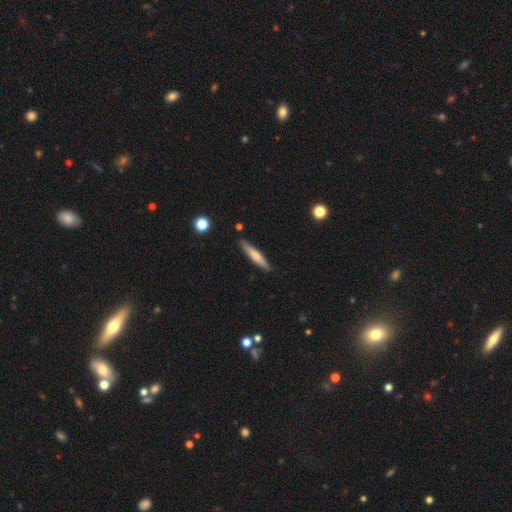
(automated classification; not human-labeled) Smooth or featured? smooth (58%)
How rounded? cigar-shaped (89%)
Merging? none (87%)